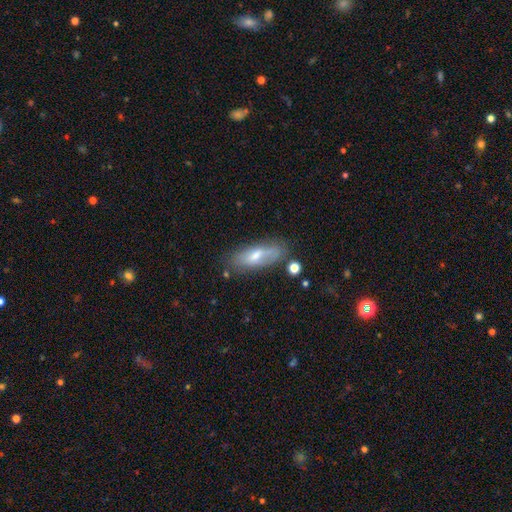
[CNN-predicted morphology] smooth-or-featured: smooth: 55% | featured or disk: 36% | star or artifact: 8%
  how-rounded: in between: 60% | cigar-shaped: 37% | round: 3%
  merging: none: 72% | minor disturbance: 18% | major disturbance: 5% | merger: 4%